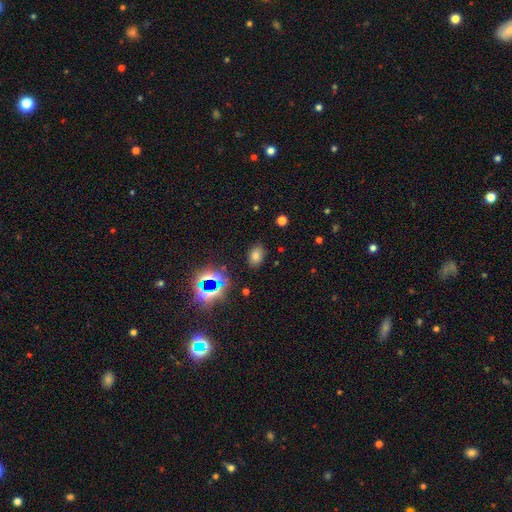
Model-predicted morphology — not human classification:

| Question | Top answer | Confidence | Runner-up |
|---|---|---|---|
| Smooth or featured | smooth | 66% | star or artifact (26%) |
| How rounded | in between | 82% | round (16%) |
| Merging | none | 84% | minor disturbance (10%) |